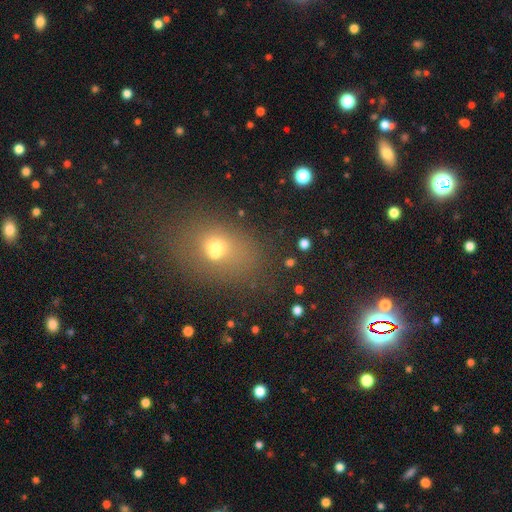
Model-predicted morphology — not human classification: Smooth or featured?
  - smooth: 57% *
  - star or artifact: 33%
  - featured or disk: 10%
How rounded?
  - in between: 60% *
  - round: 38%
  - cigar-shaped: 2%
Merging?
  - none: 85% *
  - minor disturbance: 9%
  - major disturbance: 4%
  - merger: 2%